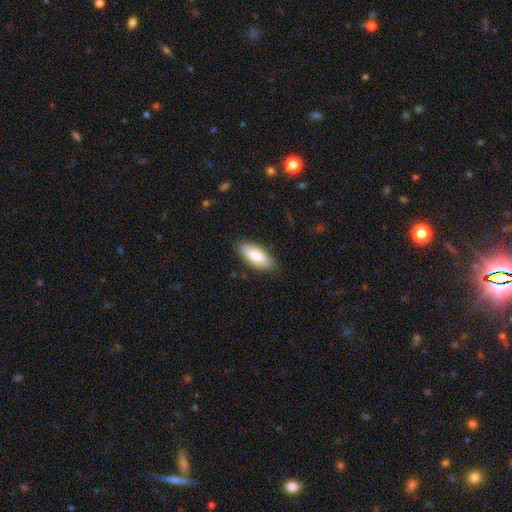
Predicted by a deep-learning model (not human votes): Overall: smooth (79%). How rounded: in between (84%). Merging: none (84%).